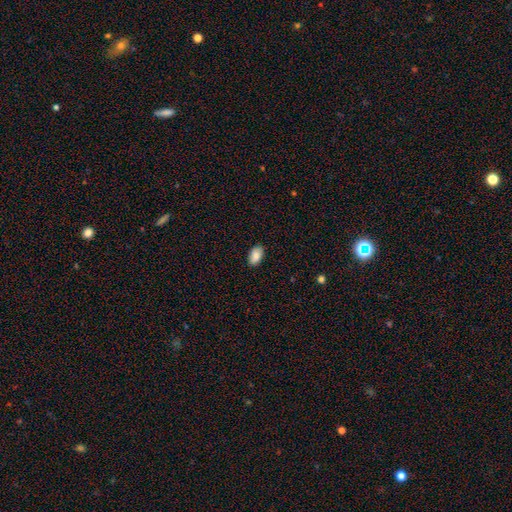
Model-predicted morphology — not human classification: This appears to be a smooth galaxy with no disk features (87%) that is in between round and cigar-shaped (94%). Merging: none (87%).